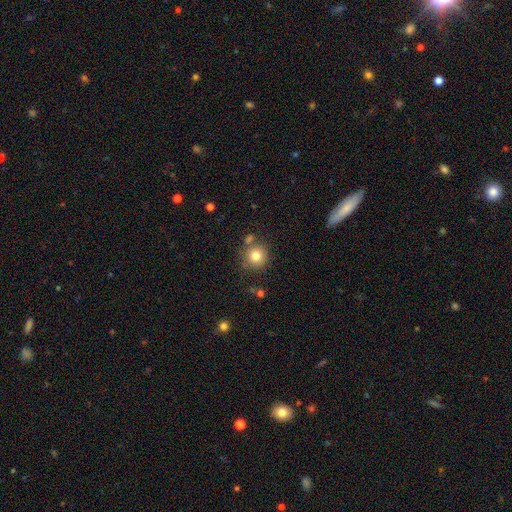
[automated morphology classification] smooth 80%, star or artifact 11%, featured or disk 9%. Down the decision tree: how rounded — round (93%); merging — none (75%).